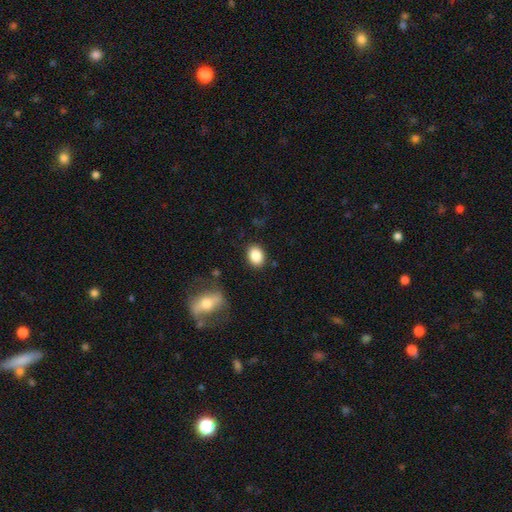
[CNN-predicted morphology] Smooth or featured: smooth — 87% (star or artifact — 8%)
How rounded: in between — 66% (round — 33%)
Merging: none — 86% (minor disturbance — 9%)